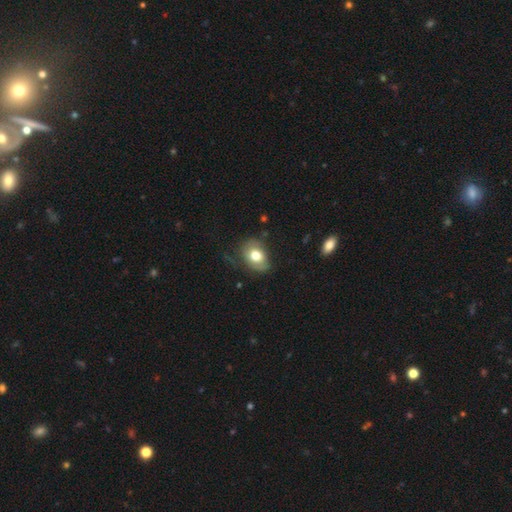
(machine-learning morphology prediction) Overall: smooth (68%). How rounded: in between (66%; round 33%). Merging: none (60%; minor disturbance 27%).